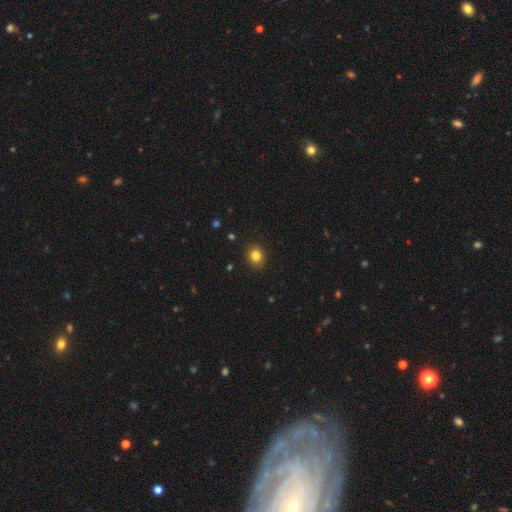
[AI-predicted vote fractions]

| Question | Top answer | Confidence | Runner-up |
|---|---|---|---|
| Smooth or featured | smooth | 83% | star or artifact (12%) |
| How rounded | round | 79% | in between (21%) |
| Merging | none | 91% | minor disturbance (6%) |